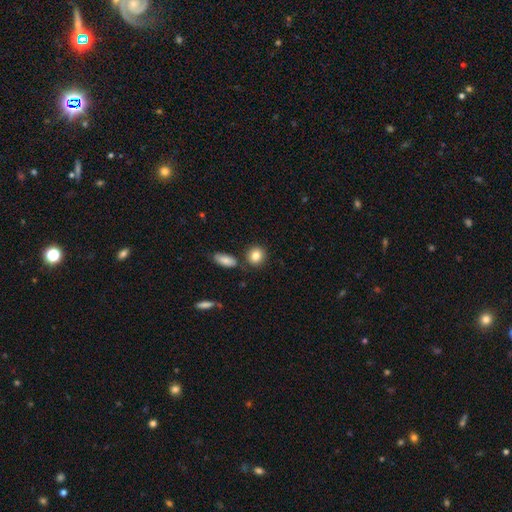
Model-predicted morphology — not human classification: A smooth galaxy with no disk features (84%) that is round (70%).

Vote fractions:
- Smooth or featured? smooth: 84% / star or artifact: 8% / featured or disk: 7%
- How rounded? round: 70% / in between: 29% / cigar-shaped: 2%
- Merging? none: 76% / merger: 11% / minor disturbance: 10% / major disturbance: 3%